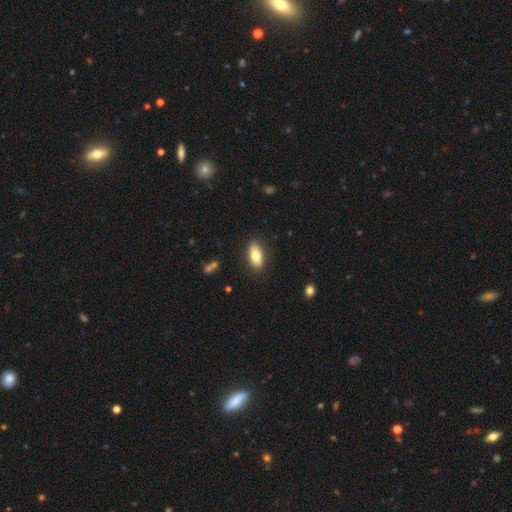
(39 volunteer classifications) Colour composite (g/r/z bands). It shows a smooth galaxy with no disk features (85%) that is in between round and cigar-shaped (88%). Merging: none (92%).